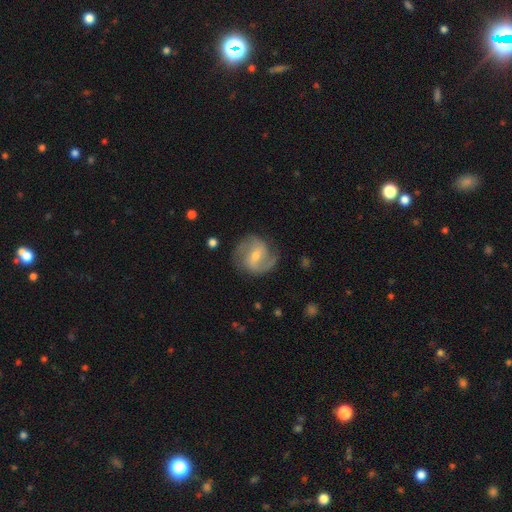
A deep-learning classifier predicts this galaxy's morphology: Smooth or featured: featured or disk — 79% (smooth — 15%)
Edge-on disk: no — 97% (yes — 3%)
Bar: weak — 54% (strong — 26%)
Spiral arms: yes — 94% (no — 6%)
Spiral winding: medium — 51% (loose — 25%)
Spiral arm count: 2 — 81% (can't tell — 7%)
Bulge size: moderate — 48% (small — 47%)
Merging: none — 75% (minor disturbance — 16%)